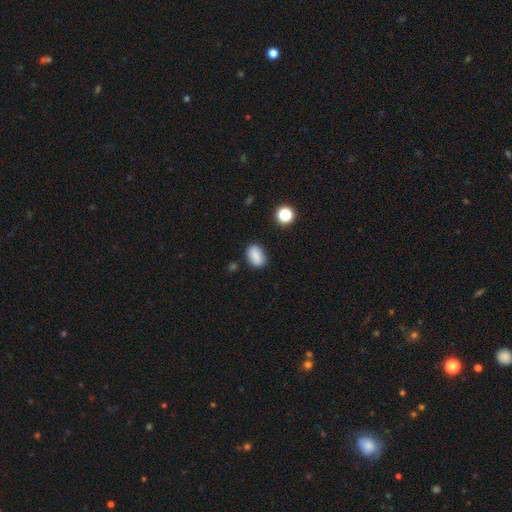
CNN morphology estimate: This is clearly a smooth galaxy (83%). How rounded: clearly in between (82%). Merging: clearly none (80%).